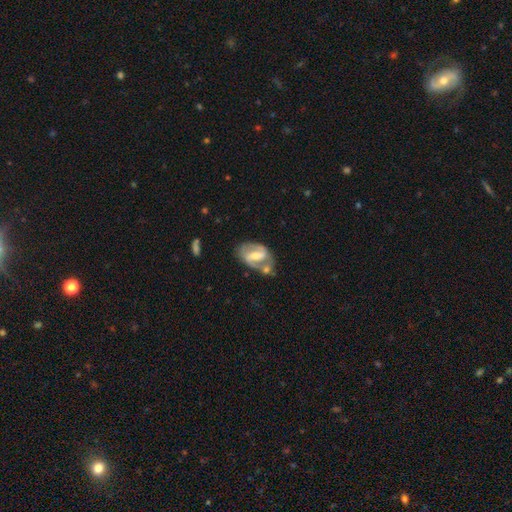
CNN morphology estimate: smooth-or-featured: featured or disk: 80% | smooth: 15% | star or artifact: 5%
  disk-edge-on: no: 97% | yes: 3%
    bar: strong: 45% | weak: 40% | no: 15%
    has-spiral-arms: yes: 89% | no: 11%
      spiral-winding: medium: 52% | tight: 25% | loose: 22%
      spiral-arm-count: 2: 85% | can't tell: 7% | 1: 5% | 3: 1% | 4: 1% | more than 4: 1%
    bulge-size: moderate: 52% | small: 38% | large: 6% | none: 4% | dominant: 1%
  merging: none: 55% | minor disturbance: 20% | merger: 16% | major disturbance: 9%